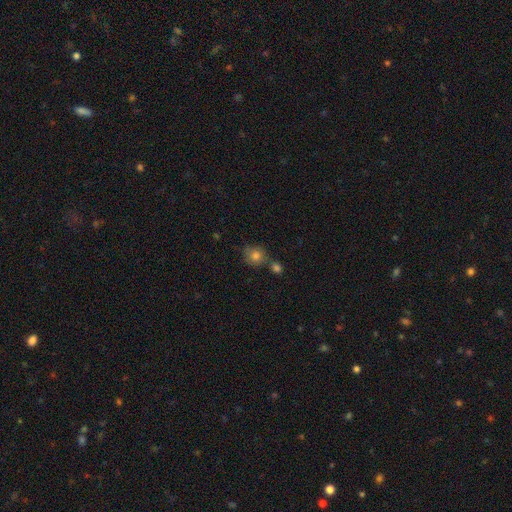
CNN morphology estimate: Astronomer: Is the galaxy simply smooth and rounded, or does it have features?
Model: smooth — 81%.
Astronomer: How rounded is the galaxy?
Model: round — 82%.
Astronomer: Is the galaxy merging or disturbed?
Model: none — 58%.